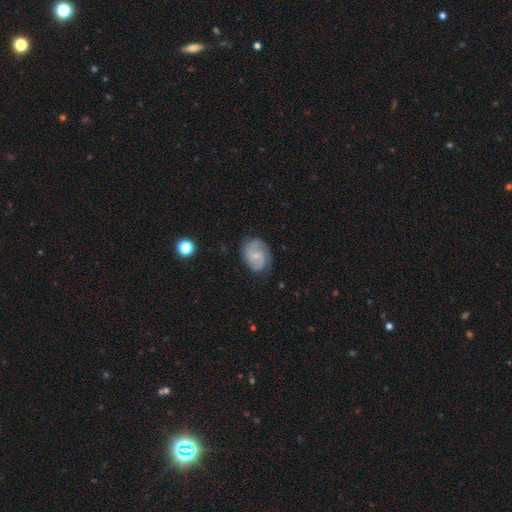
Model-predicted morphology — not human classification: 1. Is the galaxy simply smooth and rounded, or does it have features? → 74% featured or disk, 20% smooth, 6% star or artifact.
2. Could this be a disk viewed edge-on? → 98% no, 2% yes.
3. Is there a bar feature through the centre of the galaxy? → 56% no, 38% weak, 6% strong.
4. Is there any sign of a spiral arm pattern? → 94% yes, 6% no.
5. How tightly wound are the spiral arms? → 47% tight, 40% medium, 12% loose.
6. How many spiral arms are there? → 64% 2, 16% can't tell, 10% 3, 6% 1, 2% 4, 2% more than 4.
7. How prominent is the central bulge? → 70% small, 22% moderate, 6% none, 1% large, 1% dominant.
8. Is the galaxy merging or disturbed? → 73% none, 20% minor disturbance, 6% major disturbance, 1% merger.